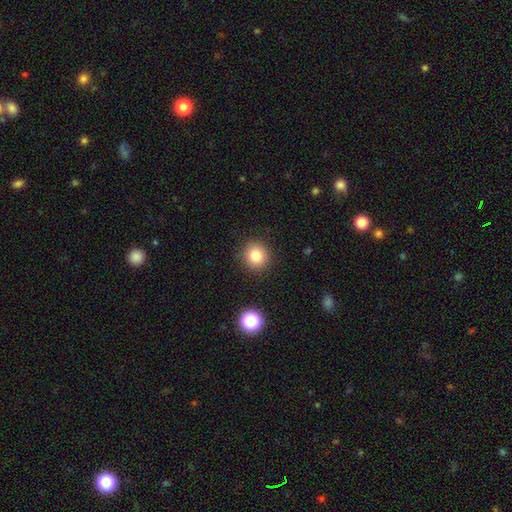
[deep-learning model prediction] Smooth or featured?
  - smooth: 81% *
  - star or artifact: 12%
  - featured or disk: 7%
How rounded?
  - round: 89% *
  - in between: 10%
  - cigar-shaped: 1%
Merging?
  - none: 89% *
  - minor disturbance: 7%
  - major disturbance: 2%
  - merger: 2%